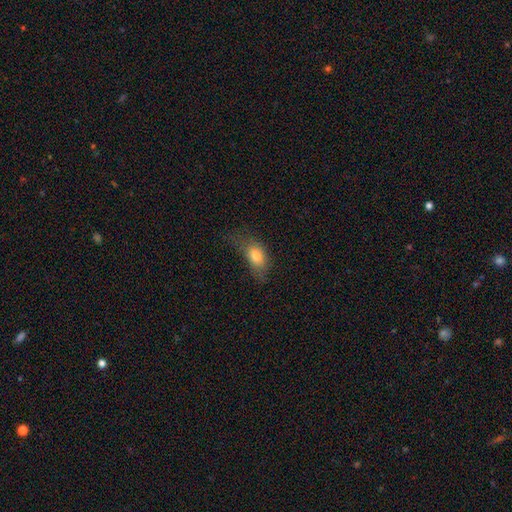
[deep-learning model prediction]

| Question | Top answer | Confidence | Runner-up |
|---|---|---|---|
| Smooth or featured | smooth | 78% | featured or disk (13%) |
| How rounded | in between | 81% | round (12%) |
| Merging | none | 39% | minor disturbance (33%) |